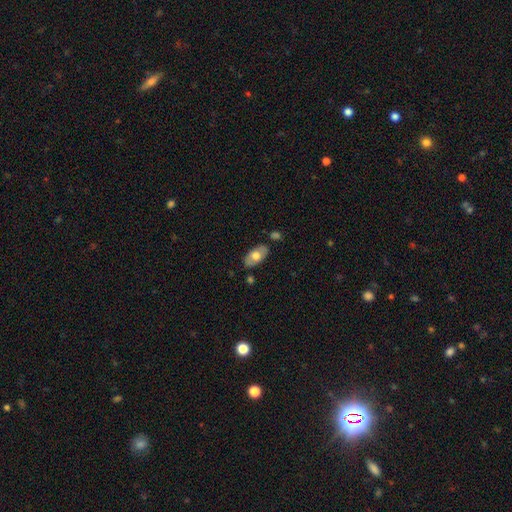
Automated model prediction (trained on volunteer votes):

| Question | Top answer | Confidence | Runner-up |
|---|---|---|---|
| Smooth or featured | smooth | 64% | featured or disk (31%) |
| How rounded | in between | 93% | round (4%) |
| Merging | none | 81% | minor disturbance (13%) |